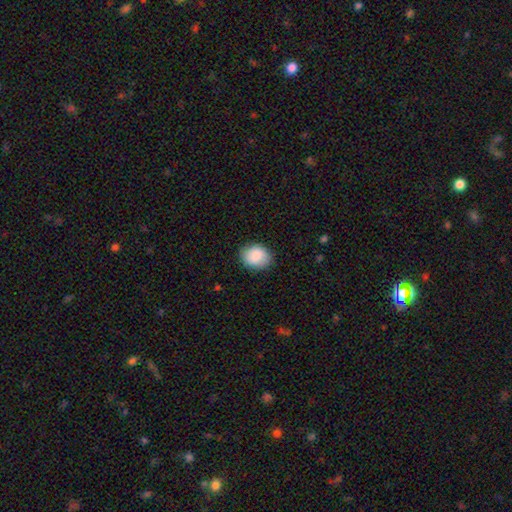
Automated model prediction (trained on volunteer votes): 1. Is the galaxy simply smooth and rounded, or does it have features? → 88% smooth, 7% star or artifact, 5% featured or disk.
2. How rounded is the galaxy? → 51% round, 48% in between, 1% cigar-shaped.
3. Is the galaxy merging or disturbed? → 84% none, 12% minor disturbance, 3% major disturbance, 1% merger.